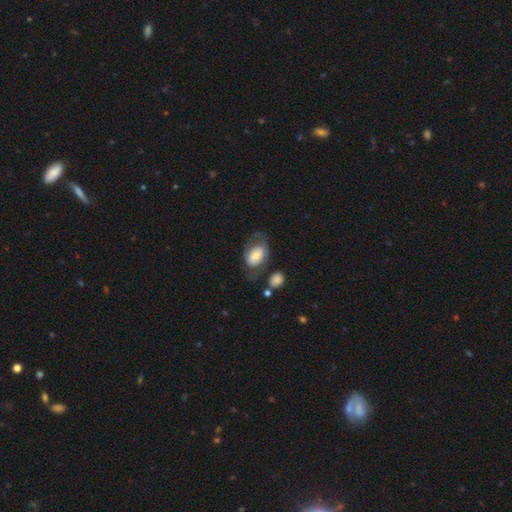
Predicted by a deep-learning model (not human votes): smooth 55%, featured or disk 39%, star or artifact 7%. Down the decision tree: how rounded — in between (82%); merging — none (48%).